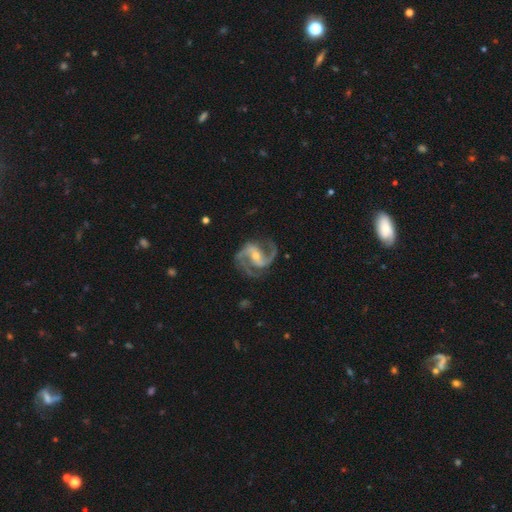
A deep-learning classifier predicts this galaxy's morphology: A featured or disk galaxy (93%) with a weak bar (38%), 2 (88%) medium (63%) spiral arms (98%) and a small central bulge (52%). Merging: none (77%).